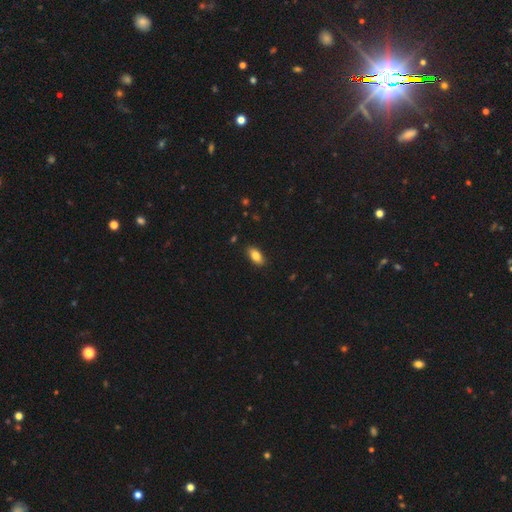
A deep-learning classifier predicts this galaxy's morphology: smooth-or-featured: smooth: 82% | featured or disk: 11% | star or artifact: 7%
  how-rounded: in between: 89% | cigar-shaped: 7% | round: 3%
  merging: none: 88% | minor disturbance: 9% | major disturbance: 2% | merger: 1%